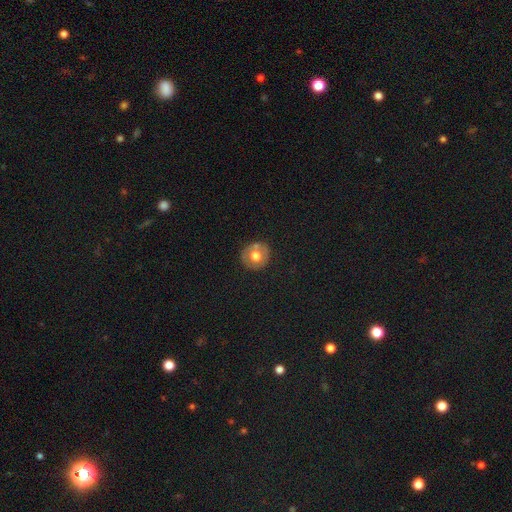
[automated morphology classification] Overall: smooth (60%; featured or disk 32%). How rounded: round (87%). Merging: none (78%).